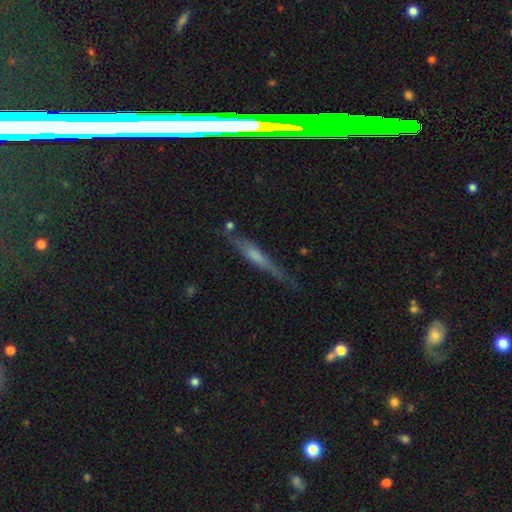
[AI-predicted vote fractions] Smooth or featured? featured or disk (52%)
Edge-on disk? yes (92%)
Merging? none (68%)